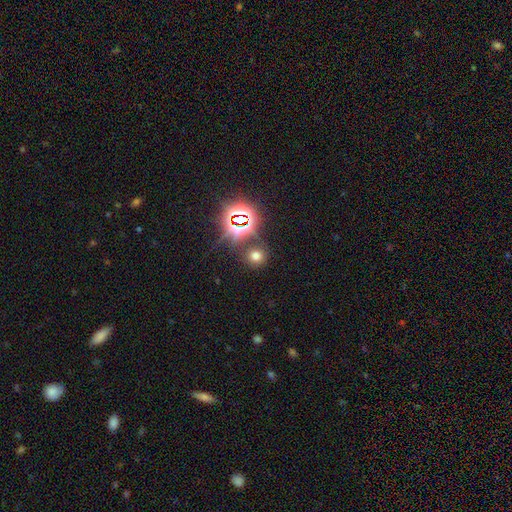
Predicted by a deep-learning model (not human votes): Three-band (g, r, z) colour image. It shows a smooth galaxy with no disk features (60%) that is round (87%). Merging: none (82%).